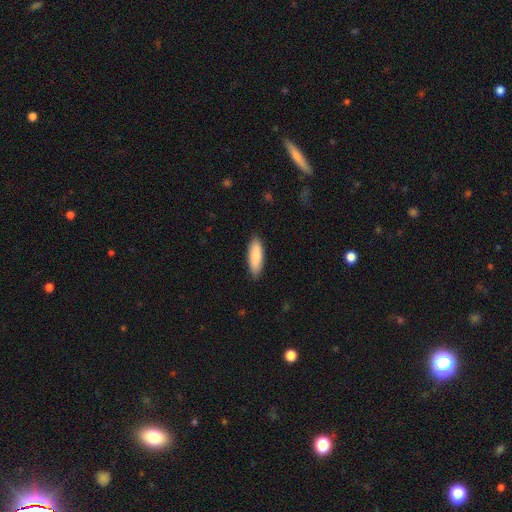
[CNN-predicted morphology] Overall: smooth (86%). How rounded: in between (59%; cigar-shaped 40%). Merging: none (87%).